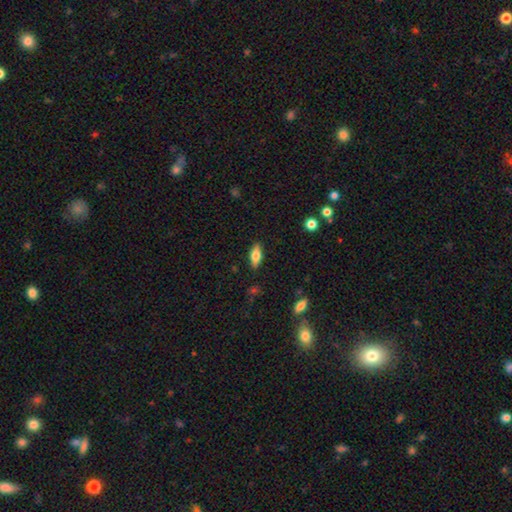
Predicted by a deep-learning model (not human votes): smooth_or_featured: smooth (p=0.69) [alt: featured or disk p=0.24]
how_rounded: in between (p=0.74) [alt: cigar-shaped p=0.24]
merging: none (p=0.87) [alt: minor disturbance p=0.09]